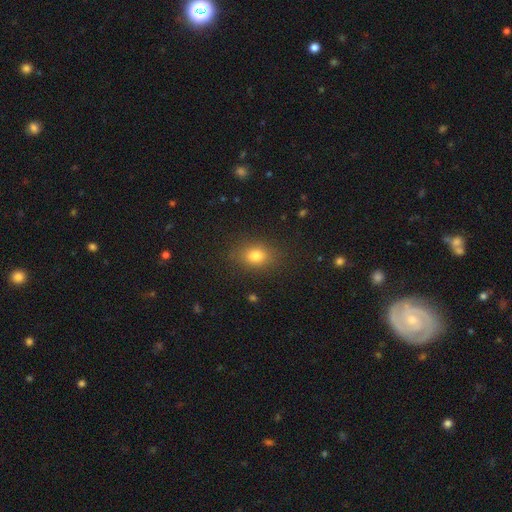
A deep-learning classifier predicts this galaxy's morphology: Smooth or featured: smooth — 80% (star or artifact — 12%)
How rounded: in between — 64% (round — 34%)
Merging: none — 85% (minor disturbance — 11%)